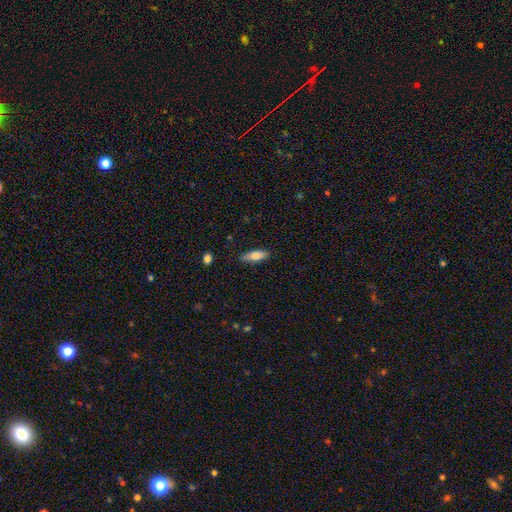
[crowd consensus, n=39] Smooth or featured?
  - smooth: 62% *
  - featured or disk: 33%
  - star or artifact: 5%
How rounded?
  - in between: 50% * (tied)
  - cigar-shaped: 50% * (tied)
  - round: 0%
Merging?
  - none: 92% *
  - minor disturbance: 8%
  - major disturbance: 0%
  - merger: 0%